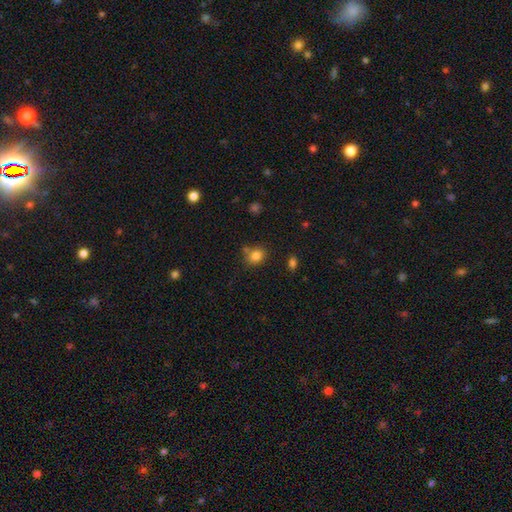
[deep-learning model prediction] Smooth or featured? Predicted: smooth (p=0.82). How rounded? Predicted: round (p=0.58). Merging? Predicted: none (p=0.67).